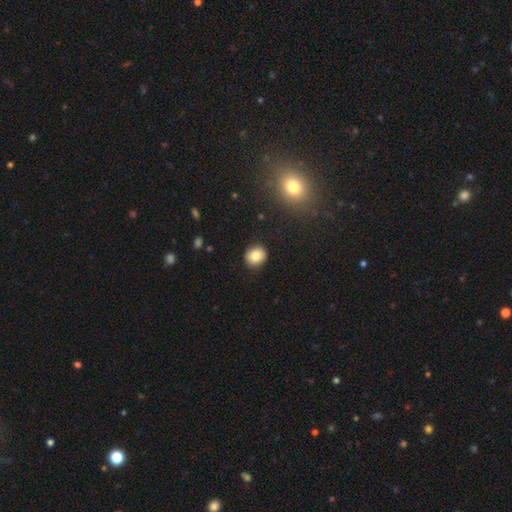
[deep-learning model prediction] A smooth galaxy with no disk features (83%) that is round (75%). Merging: none (89%).